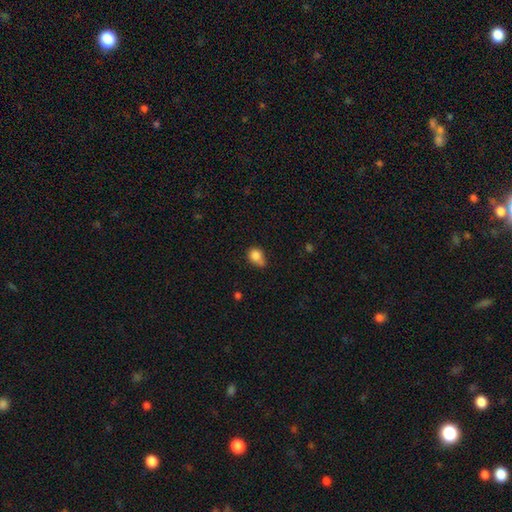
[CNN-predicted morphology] Smooth or featured?
  - smooth: 83% *
  - star or artifact: 10%
  - featured or disk: 7%
How rounded?
  - round: 54% *
  - in between: 45%
  - cigar-shaped: 1%
Merging?
  - none: 43% *
  - minor disturbance: 37%
  - merger: 11%
  - major disturbance: 9%